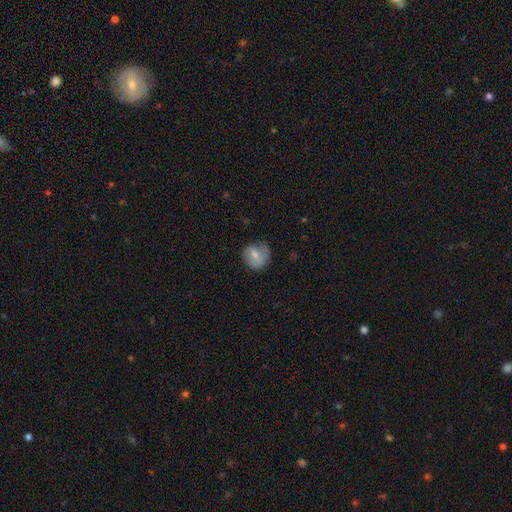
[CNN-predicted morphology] This is likely a smooth galaxy (67%). How rounded: clearly round (82%). Merging: likely none (71%).